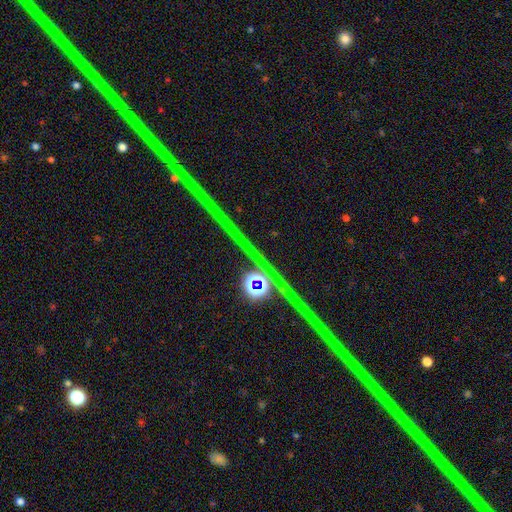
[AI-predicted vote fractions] Q: Smooth or featured?
A: star or artifact (87%); runner-up: featured or disk (8%)